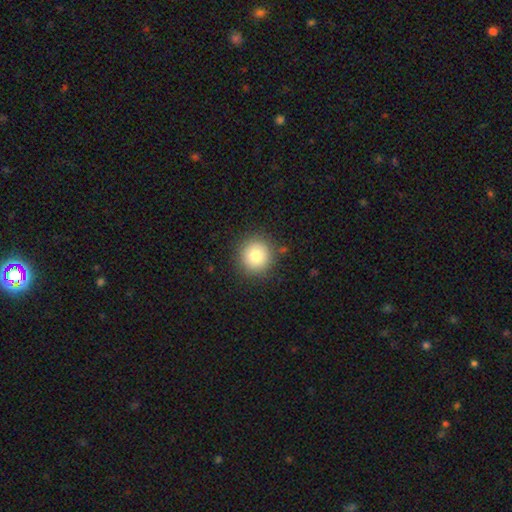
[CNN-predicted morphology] Smooth or featured? smooth (79%)
How rounded? round (94%)
Merging? none (88%)